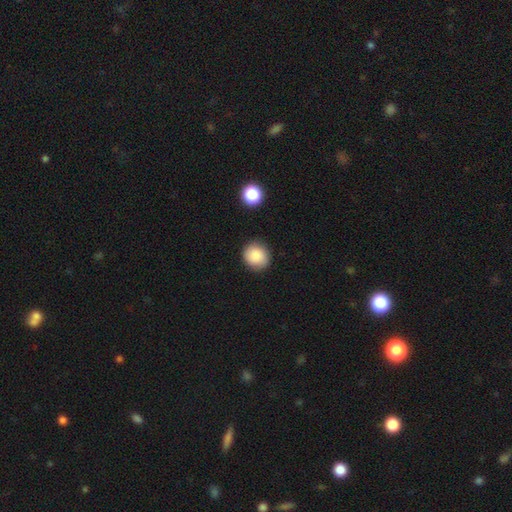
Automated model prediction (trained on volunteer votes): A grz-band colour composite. It shows a smooth galaxy with no disk features (87%) that is round (87%). Merging: none (87%).